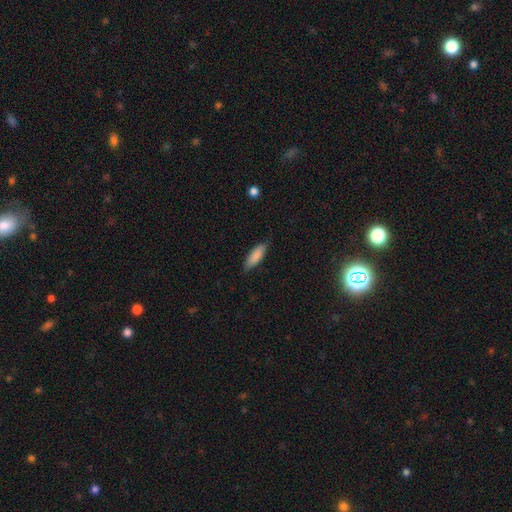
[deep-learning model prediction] Smooth or featured? Predicted: smooth (p=0.86). How rounded? Predicted: in between (p=0.59). Merging? Predicted: none (p=0.81).